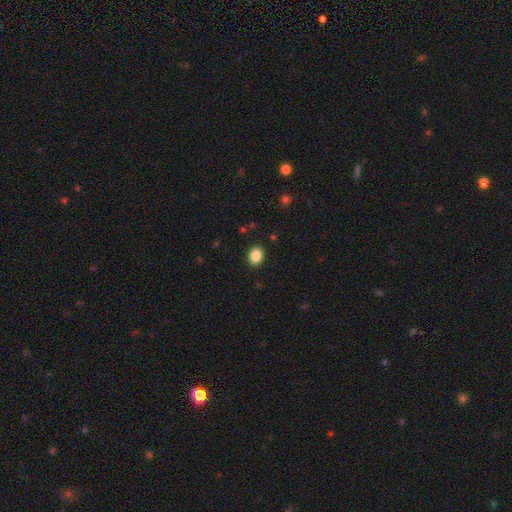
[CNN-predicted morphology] A smooth galaxy with no disk features (87%) that is in between round and cigar-shaped (60%). Merging: none (90%).